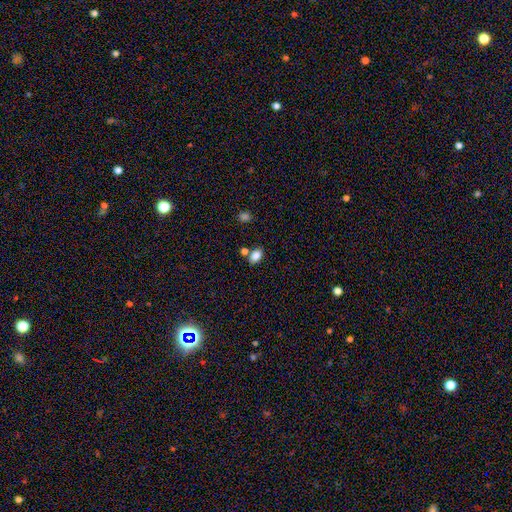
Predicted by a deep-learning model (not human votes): Smooth or featured?
  - smooth: 84% *
  - star or artifact: 10%
  - featured or disk: 6%
How rounded?
  - in between: 86% *
  - round: 12%
  - cigar-shaped: 2%
Merging?
  - none: 69% *
  - merger: 16%
  - minor disturbance: 12%
  - major disturbance: 3%